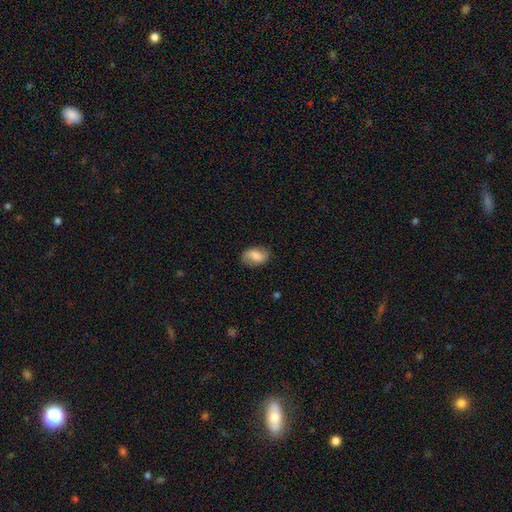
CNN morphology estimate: Q: Smooth or featured?
A: smooth (63%); runner-up: featured or disk (29%)
Q: How rounded?
A: in between (86%); runner-up: round (13%)
Q: Merging?
A: none (78%); runner-up: minor disturbance (17%)